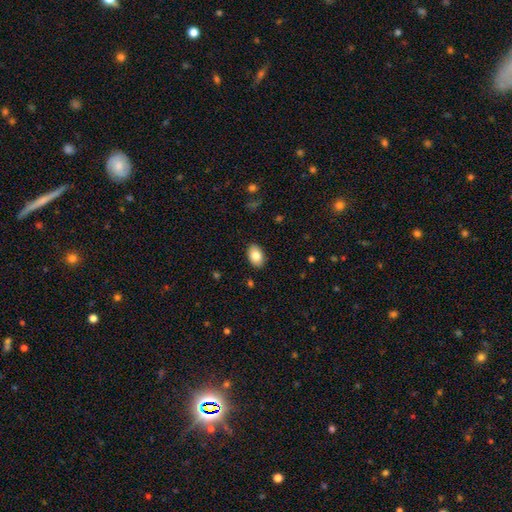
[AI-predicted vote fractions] Smooth or featured? smooth (84%)
How rounded? in between (88%)
Merging? none (88%)